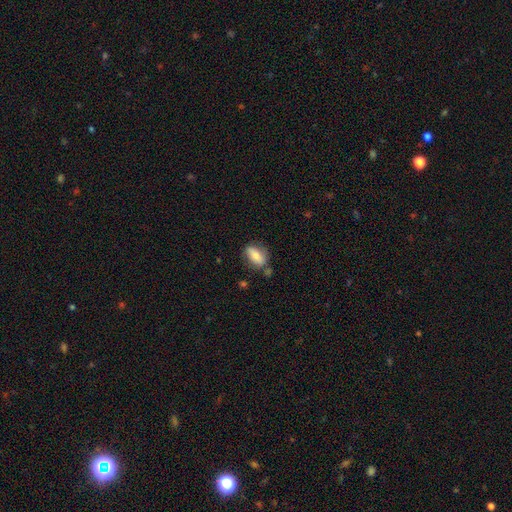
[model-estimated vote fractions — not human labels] Smooth or featured? smooth (72%)
How rounded? in between (84%)
Merging? none (68%)